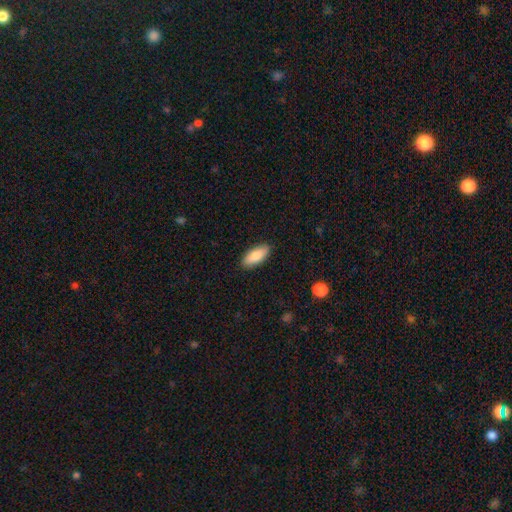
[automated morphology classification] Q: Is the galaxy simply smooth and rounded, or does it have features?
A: smooth — 83%.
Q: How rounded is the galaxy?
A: in between — 81%.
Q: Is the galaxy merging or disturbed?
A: none — 89%.